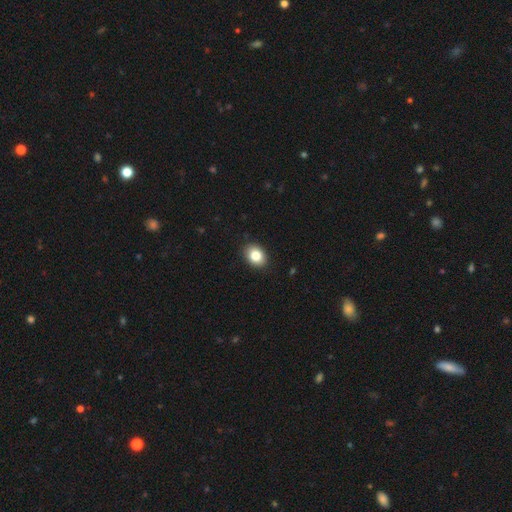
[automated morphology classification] A smooth galaxy with no disk features (84%) that is in between round and cigar-shaped (64%).

Vote fractions:
- Smooth or featured? smooth: 84% / star or artifact: 9% / featured or disk: 8%
- How rounded? in between: 64% / round: 35% / cigar-shaped: 1%
- Merging? none: 89% / minor disturbance: 8% / major disturbance: 2% / merger: 1%